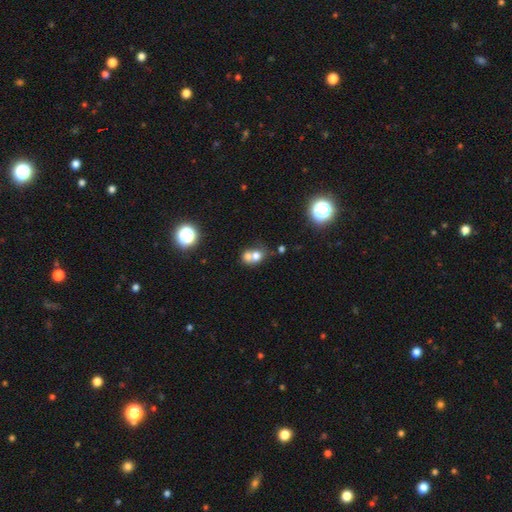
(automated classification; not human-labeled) Smooth or featured? smooth (67%)
How rounded? round (58%)
Merging? merger (65%)